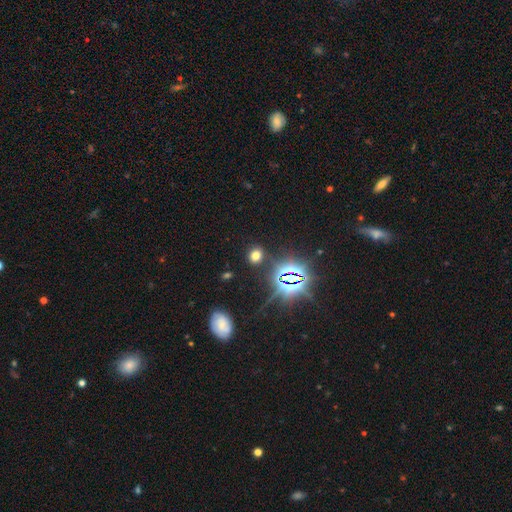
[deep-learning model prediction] A smooth galaxy with no disk features (58%) that is round (54%). Merging: none (86%).